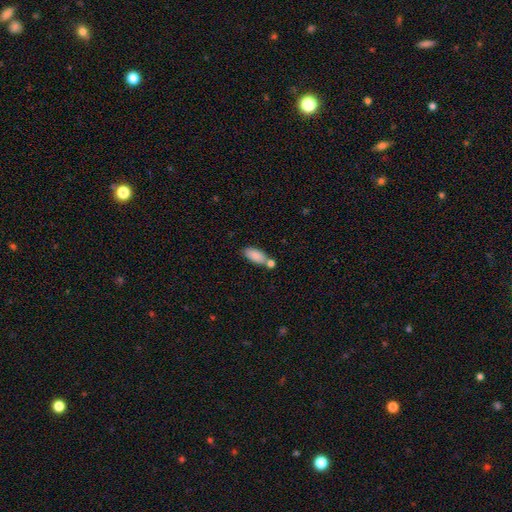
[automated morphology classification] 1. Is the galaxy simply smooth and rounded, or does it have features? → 86% smooth, 7% featured or disk, 7% star or artifact.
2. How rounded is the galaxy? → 87% in between, 11% cigar-shaped, 2% round.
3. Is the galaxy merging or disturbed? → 54% none, 28% merger, 13% minor disturbance, 4% major disturbance.